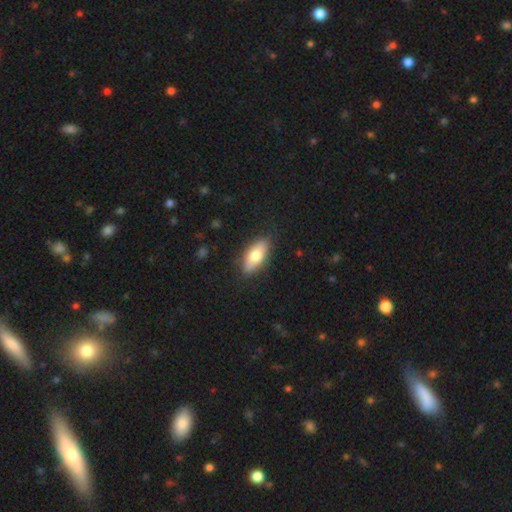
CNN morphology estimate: A smooth galaxy with no disk features (72%) that is in between round and cigar-shaped (82%).

Vote fractions:
- Smooth or featured? smooth: 72% / featured or disk: 22% / star or artifact: 6%
- How rounded? in between: 82% / cigar-shaped: 15% / round: 3%
- Merging? none: 86% / minor disturbance: 11% / major disturbance: 2% / merger: 1%